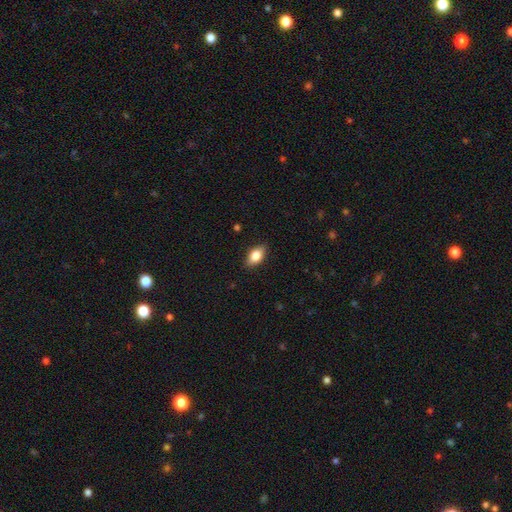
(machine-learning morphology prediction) Smooth or featured? smooth (82%)
How rounded? in between (88%)
Merging? none (86%)